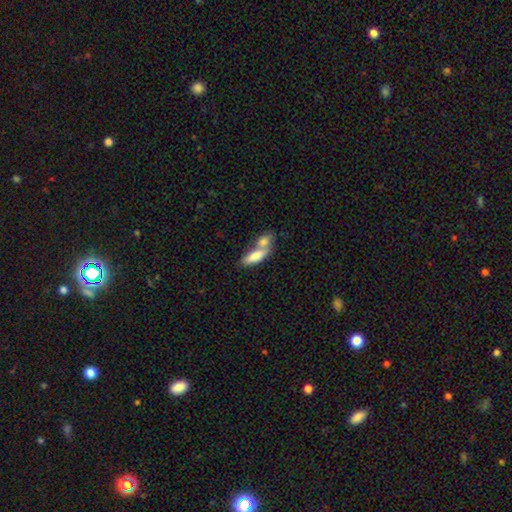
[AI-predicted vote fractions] A smooth galaxy with no disk features (79%) that is in between round and cigar-shaped (65%).

Vote fractions:
- Smooth or featured? smooth: 79% / featured or disk: 15% / star or artifact: 6%
- How rounded? in between: 65% / cigar-shaped: 32% / round: 3%
- Merging? merger: 61% / none: 26% / minor disturbance: 8% / major disturbance: 4%